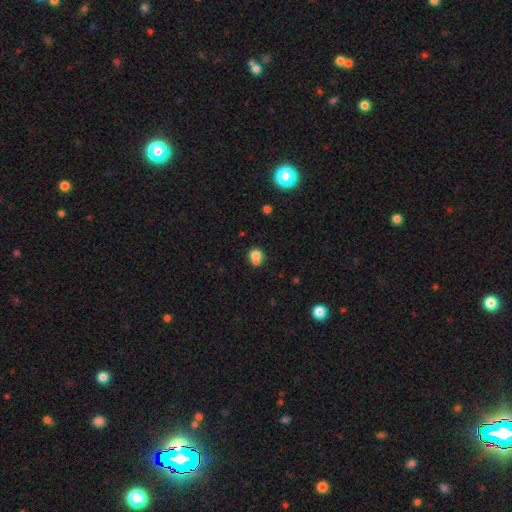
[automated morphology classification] Overall: smooth (76%). How rounded: round (80%). Merging: none (45%; merger 42%).